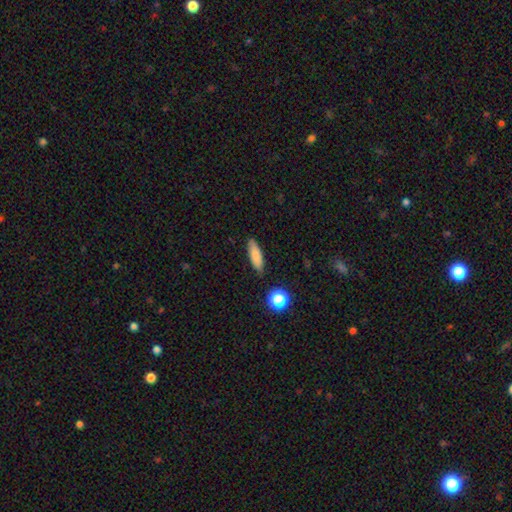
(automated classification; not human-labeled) A smooth galaxy with no disk features (83%) that is cigar-shaped (51%).

Vote fractions:
- Smooth or featured? smooth: 83% / star or artifact: 9% / featured or disk: 8%
- How rounded? cigar-shaped: 51% / in between: 46% / round: 3%
- Merging? none: 87% / minor disturbance: 9% / major disturbance: 2% / merger: 2%